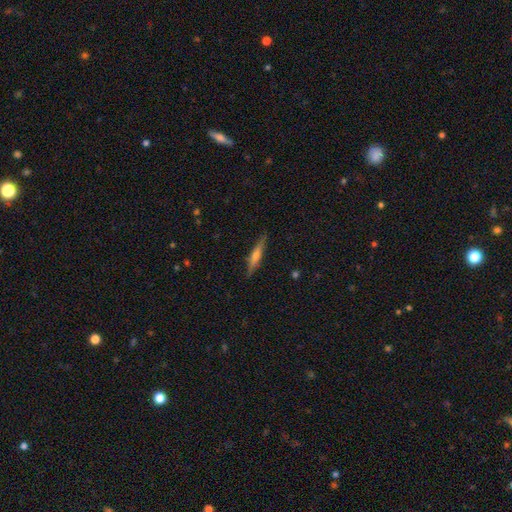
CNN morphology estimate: This is possibly a featured or disk galaxy (56%). It is clearly viewed edge-on (96%). Edge-on bulge: likely rounded (76%). Merging: clearly none (88%).